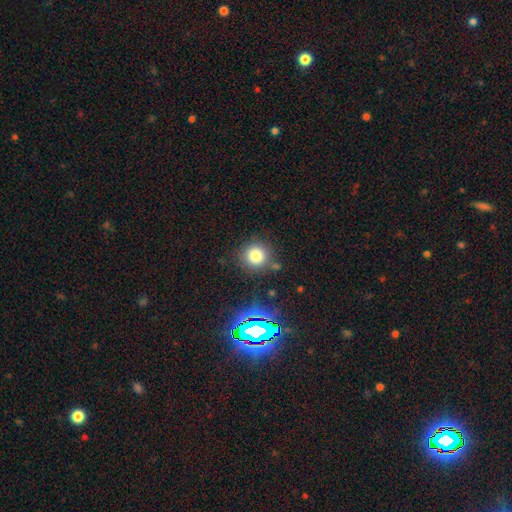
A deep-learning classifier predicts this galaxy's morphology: type=smooth (77%); roundness=round (92%); merging=none (82%).